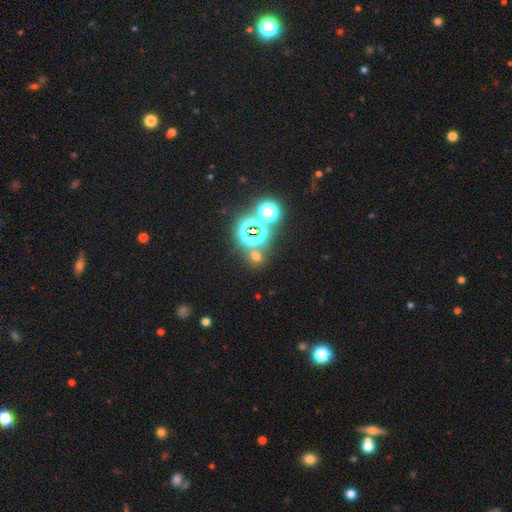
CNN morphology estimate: smooth_or_featured: star or artifact (p=0.51) [alt: smooth p=0.41]